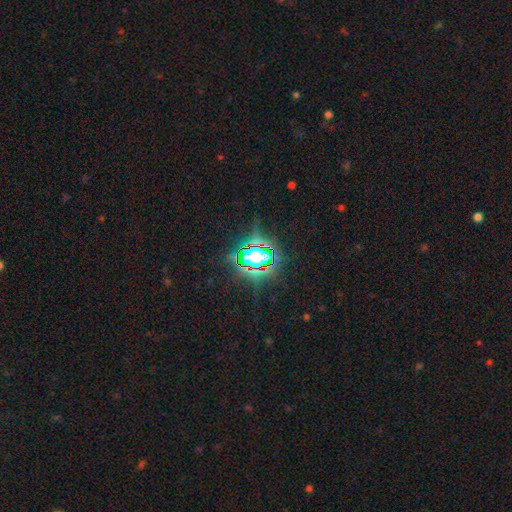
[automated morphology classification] star or artifact 83%, smooth 10%, featured or disk 6%.